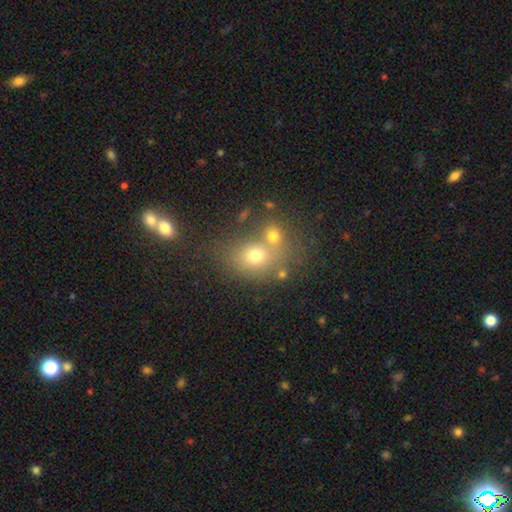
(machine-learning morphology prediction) A smooth galaxy with no disk features (67%) that is round (58%). Merging: none (47%).